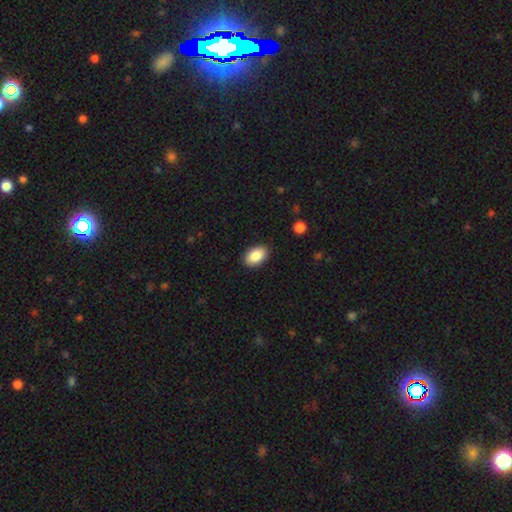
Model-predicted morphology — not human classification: smooth_or_featured: smooth (p=0.88) [alt: star or artifact p=0.07]
how_rounded: in between (p=0.90) [alt: round p=0.09]
merging: none (p=0.89) [alt: minor disturbance p=0.08]